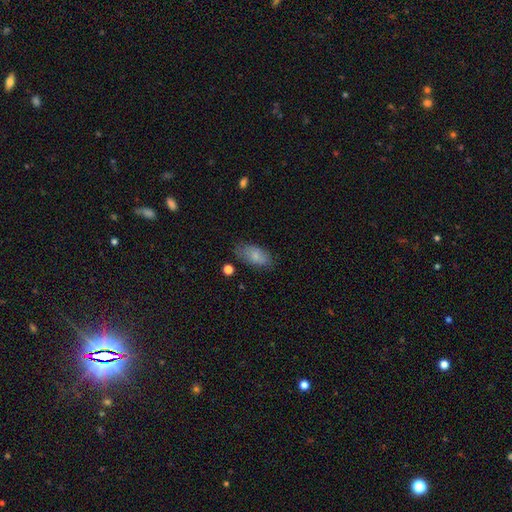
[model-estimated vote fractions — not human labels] smooth 79%, featured or disk 14%, star or artifact 7%. Down the decision tree: how rounded — in between (91%); merging — none (73%).